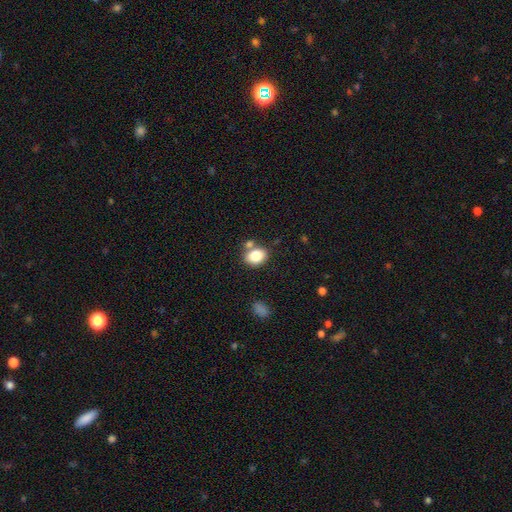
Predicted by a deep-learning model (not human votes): Smooth or featured?
  - smooth: 83% *
  - star or artifact: 9%
  - featured or disk: 8%
How rounded?
  - in between: 62% *
  - round: 37%
  - cigar-shaped: 1%
Merging?
  - none: 63% *
  - merger: 20%
  - minor disturbance: 13%
  - major disturbance: 4%